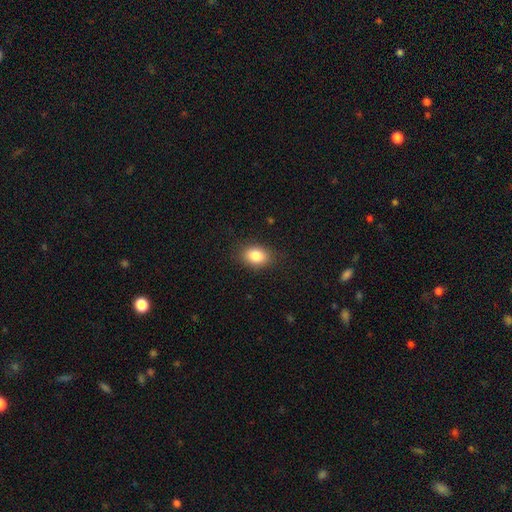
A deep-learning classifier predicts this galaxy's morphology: Smooth or featured? smooth (84%)
How rounded? in between (74%)
Merging? none (86%)